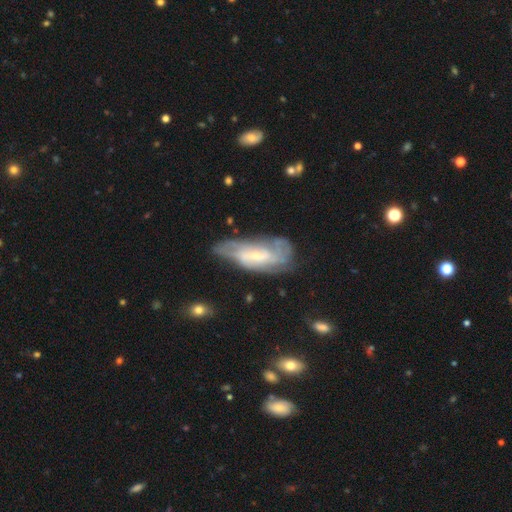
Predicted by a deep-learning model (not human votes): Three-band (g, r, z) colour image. It shows a featured or disk galaxy (69%) with a weak bar (44%), spiral arms (78%) and a small central bulge (56%). Merging: none (54%).